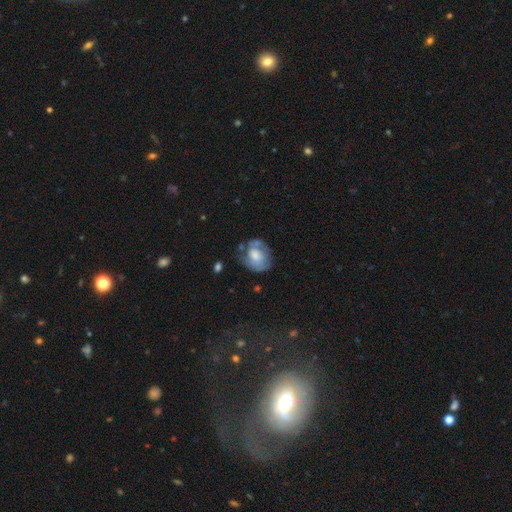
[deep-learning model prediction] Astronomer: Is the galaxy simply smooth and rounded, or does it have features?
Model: featured or disk — 52% (runner-up: smooth, 41%).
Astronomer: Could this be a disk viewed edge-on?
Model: no — 97%.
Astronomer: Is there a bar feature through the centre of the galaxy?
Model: no — 71%.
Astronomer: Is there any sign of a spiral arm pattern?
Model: yes — 64%.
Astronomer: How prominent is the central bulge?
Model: moderate — 37% (runner-up: large, 26%).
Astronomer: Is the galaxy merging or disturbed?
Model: none — 52% (runner-up: minor disturbance, 27%).